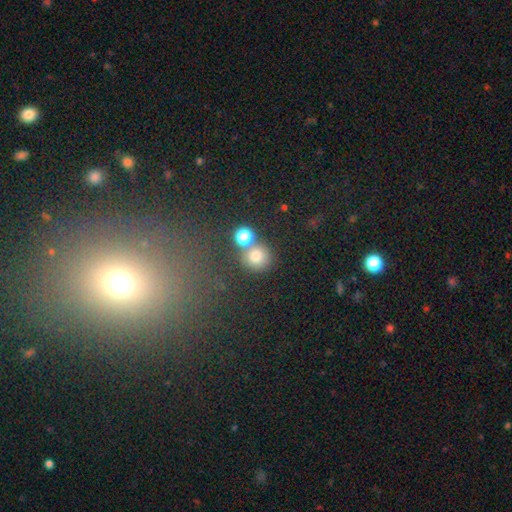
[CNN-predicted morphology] A smooth galaxy with no disk features (76%) that is round (89%). Merging: none (63%).